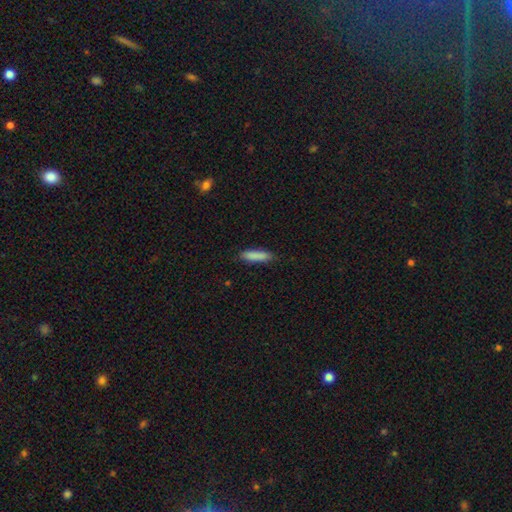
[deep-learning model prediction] Smooth or featured? smooth (87%)
How rounded? cigar-shaped (71%)
Merging? none (84%)